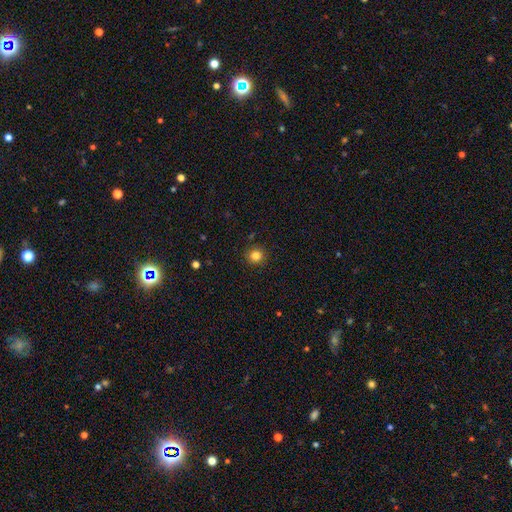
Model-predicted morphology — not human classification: This is clearly a smooth galaxy (83%). How rounded: clearly round (93%). Merging: clearly none (91%).